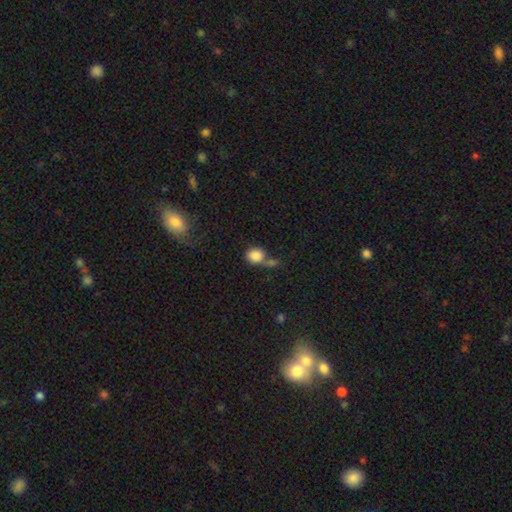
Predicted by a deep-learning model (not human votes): smooth_or_featured: smooth (p=0.85) [alt: star or artifact p=0.09]
how_rounded: round (p=0.74) [alt: in between p=0.25]
merging: none (p=0.42) [alt: merger p=0.34]